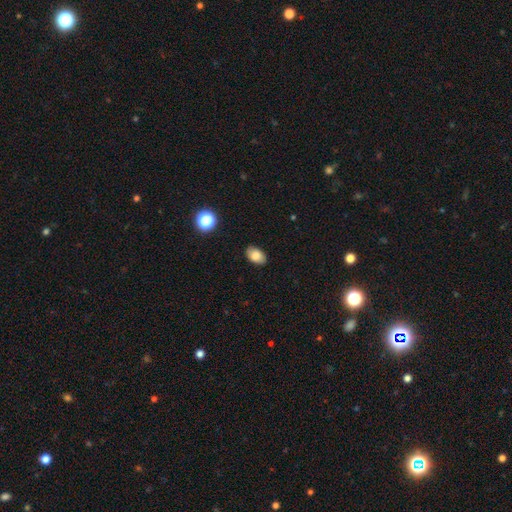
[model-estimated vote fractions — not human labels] Morphology: type=smooth (83%); roundness=in between (88%); merging=none (88%).